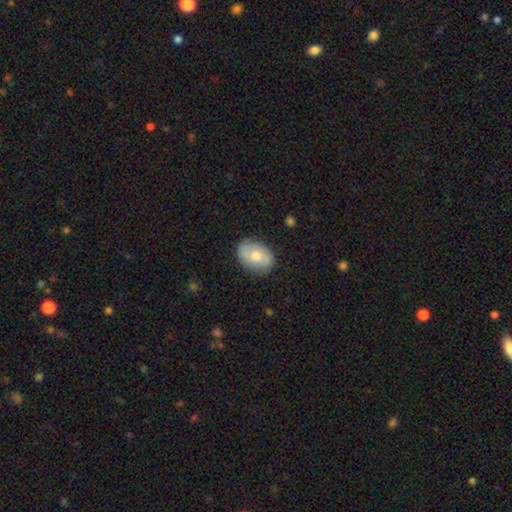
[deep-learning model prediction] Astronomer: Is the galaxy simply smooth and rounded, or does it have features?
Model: smooth — 63%.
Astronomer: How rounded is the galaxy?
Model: in between — 75%.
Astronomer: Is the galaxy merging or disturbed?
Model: none — 81%.